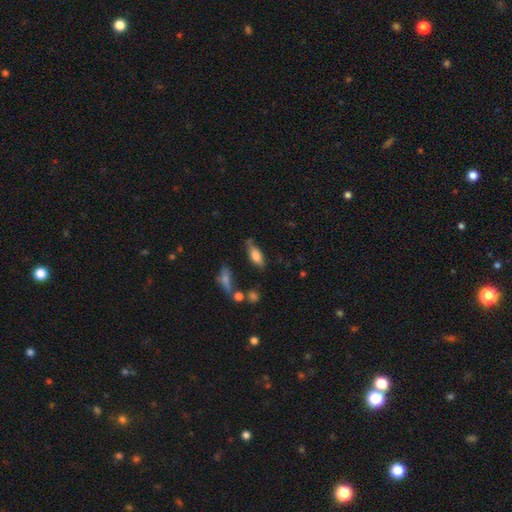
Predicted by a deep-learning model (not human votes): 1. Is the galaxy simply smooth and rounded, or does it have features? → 76% smooth, 16% featured or disk, 8% star or artifact.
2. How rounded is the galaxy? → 78% in between, 20% cigar-shaped, 3% round.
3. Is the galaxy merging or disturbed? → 63% none, 22% minor disturbance, 9% merger, 6% major disturbance.